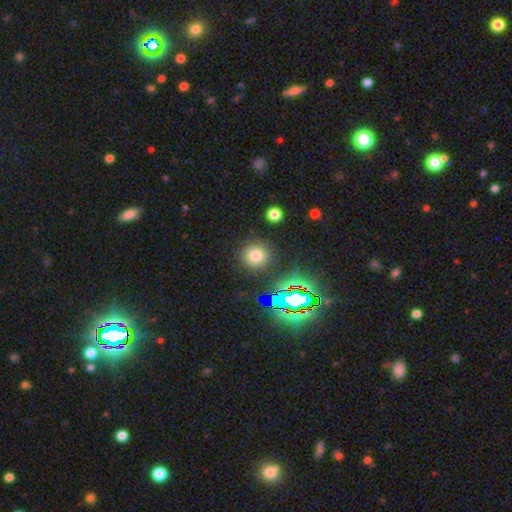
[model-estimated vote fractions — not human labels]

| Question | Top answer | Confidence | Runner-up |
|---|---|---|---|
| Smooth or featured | smooth | 72% | star or artifact (20%) |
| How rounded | round | 90% | in between (9%) |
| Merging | none | 87% | minor disturbance (7%) |